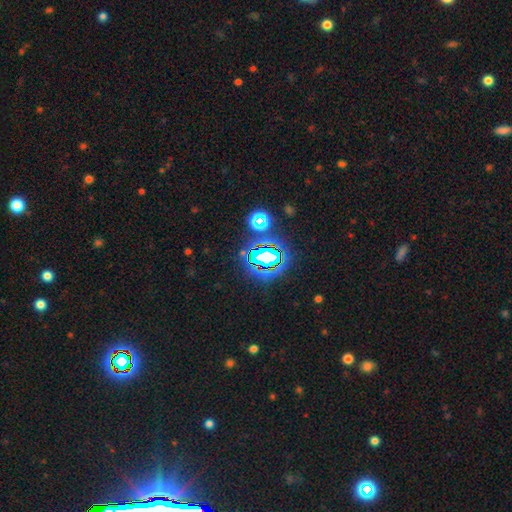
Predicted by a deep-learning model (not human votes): smooth-or-featured: star or artifact: 82% | smooth: 11% | featured or disk: 7%